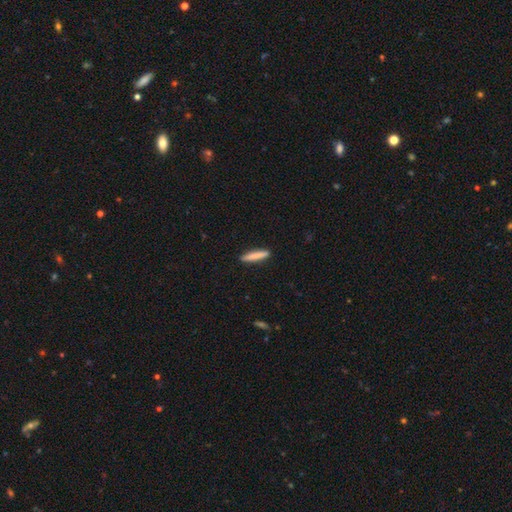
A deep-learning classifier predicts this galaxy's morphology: Q: Smooth or featured?
A: smooth (83%); runner-up: featured or disk (11%)
Q: How rounded?
A: cigar-shaped (91%); runner-up: in between (8%)
Q: Merging?
A: none (91%); runner-up: minor disturbance (6%)